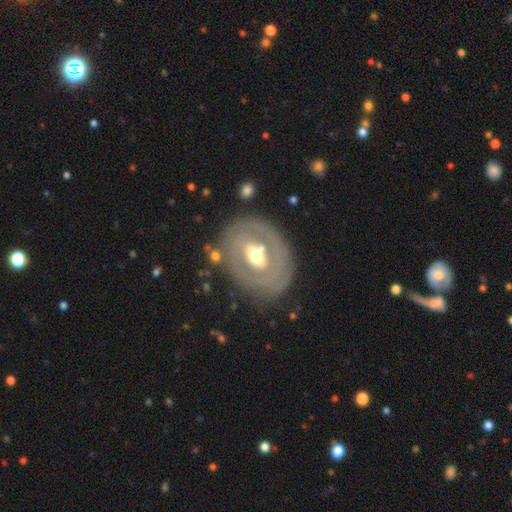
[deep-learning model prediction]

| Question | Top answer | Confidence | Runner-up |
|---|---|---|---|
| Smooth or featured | featured or disk | 66% | smooth (28%) |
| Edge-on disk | no | 93% | yes (7%) |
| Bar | no | 48% | weak (31%) |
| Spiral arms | no | 75% | yes (25%) |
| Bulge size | moderate | 69% | large (15%) |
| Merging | none | 74% | minor disturbance (14%) |